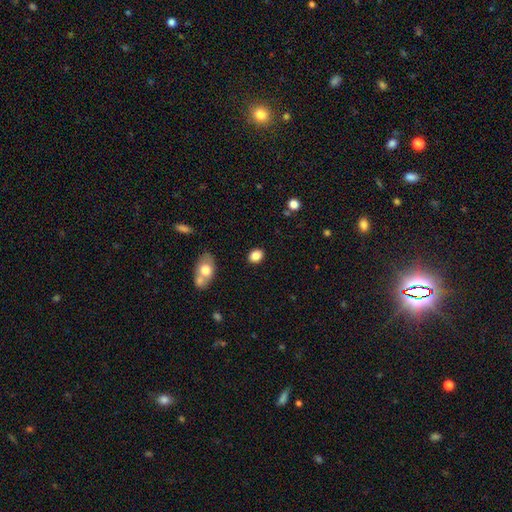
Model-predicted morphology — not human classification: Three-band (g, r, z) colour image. It shows a smooth galaxy with no disk features (85%) that is in between round and cigar-shaped (58%). Merging: none (86%).